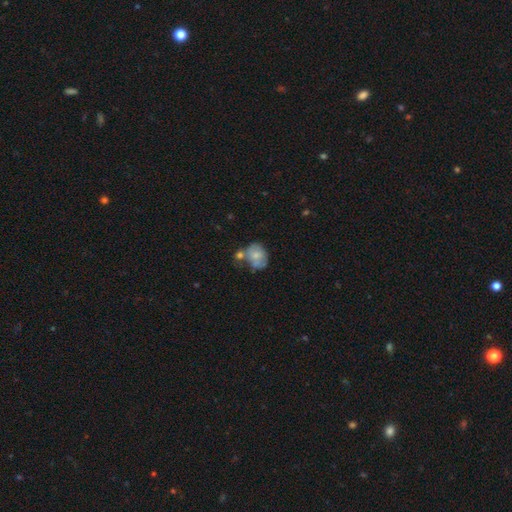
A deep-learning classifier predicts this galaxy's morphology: Smooth or featured: smooth — 56% (featured or disk — 36%)
How rounded: round — 50% (in between — 49%)
Merging: none — 33% (merger — 31%)